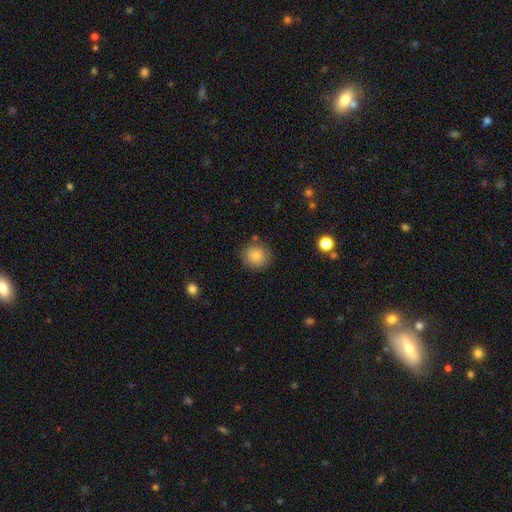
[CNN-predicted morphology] This appears to be a smooth galaxy with no disk features (85%) that is round (88%). Merging: none (83%).